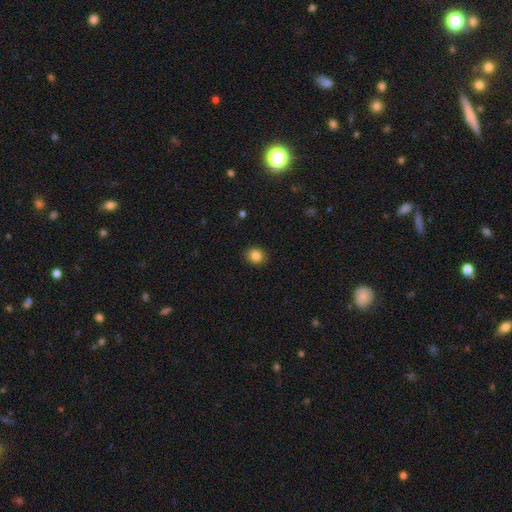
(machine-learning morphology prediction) The model was most divided on "how rounded": round: 74%, in between: 25%, cigar-shaped: 1%. More confident: merging — none (90%); smooth or featured — smooth (84%).